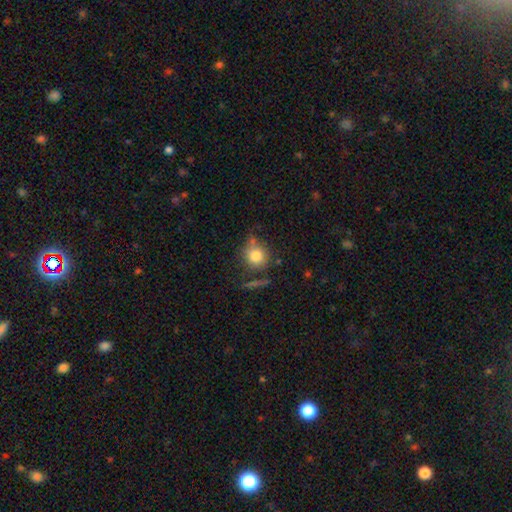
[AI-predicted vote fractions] Smooth or featured? Predicted: smooth (p=0.77). How rounded? Predicted: round (p=0.84). Merging? Predicted: none (p=0.66).